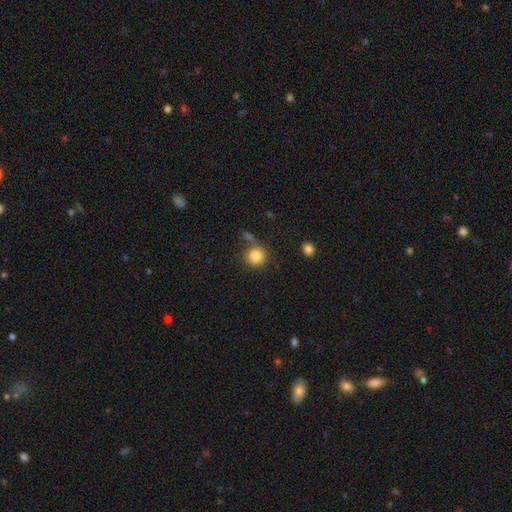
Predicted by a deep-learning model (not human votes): This is clearly a smooth galaxy (84%). How rounded: clearly round (90%). Merging: likely none (68%).